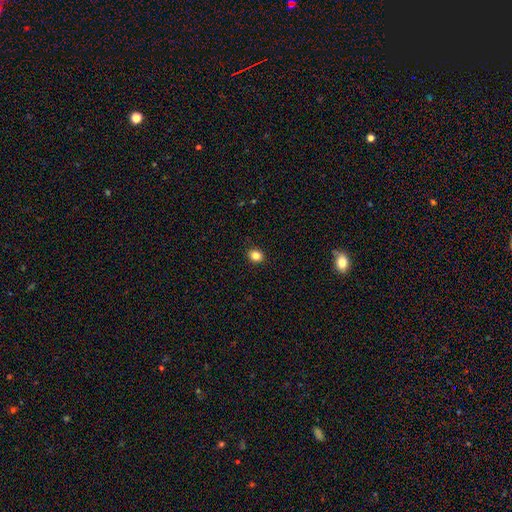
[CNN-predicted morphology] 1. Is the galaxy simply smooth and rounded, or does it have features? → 83% smooth, 11% star or artifact, 5% featured or disk.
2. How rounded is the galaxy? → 63% round, 36% in between, 1% cigar-shaped.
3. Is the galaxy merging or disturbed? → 91% none, 6% minor disturbance, 2% major disturbance, 1% merger.